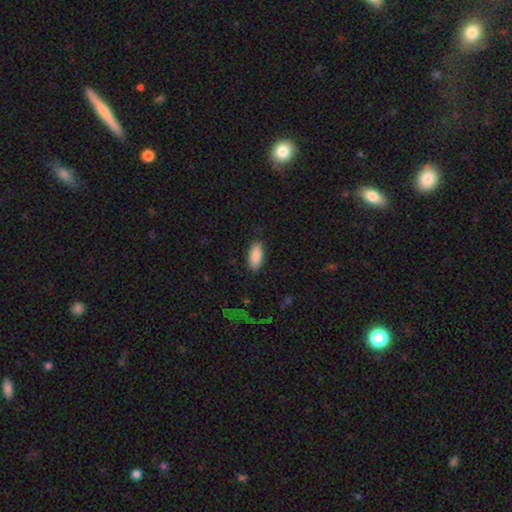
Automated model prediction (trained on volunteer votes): The model was most divided on "how rounded": in between: 85%, cigar-shaped: 13%, round: 2%. More confident: smooth or featured — smooth (89%); merging — none (86%).